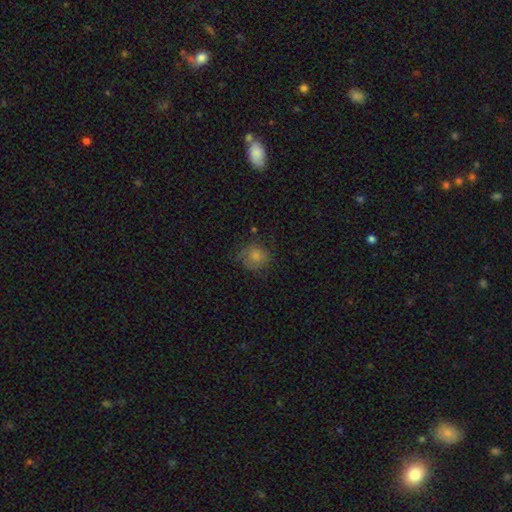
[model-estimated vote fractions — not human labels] smooth_or_featured: smooth (p=0.67) [alt: featured or disk p=0.18]
how_rounded: round (p=0.81) [alt: in between p=0.18]
merging: none (p=0.67) [alt: minor disturbance p=0.22]